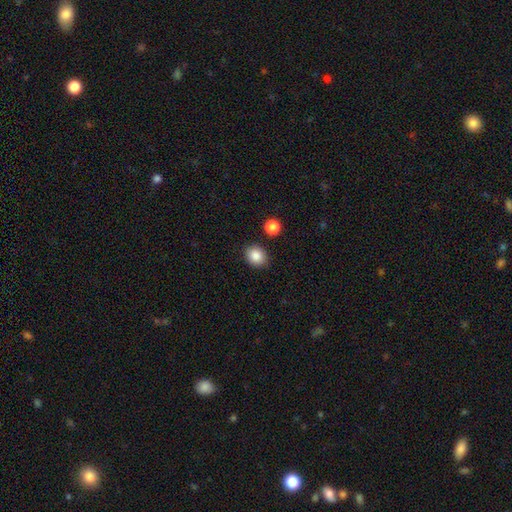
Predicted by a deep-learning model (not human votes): A smooth galaxy with no disk features (87%) that is round (66%).

Vote fractions:
- Smooth or featured? smooth: 87% / star or artifact: 9% / featured or disk: 4%
- How rounded? round: 66% / in between: 33% / cigar-shaped: 1%
- Merging? none: 86% / minor disturbance: 8% / merger: 3% / major disturbance: 2%